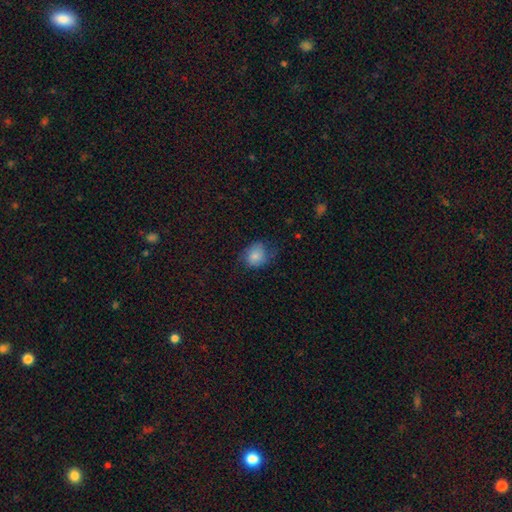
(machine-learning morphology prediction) smooth_or_featured: smooth (p=0.76) [alt: featured or disk p=0.15]
how_rounded: round (p=0.53) [alt: in between p=0.46]
merging: none (p=0.54) [alt: minor disturbance p=0.30]